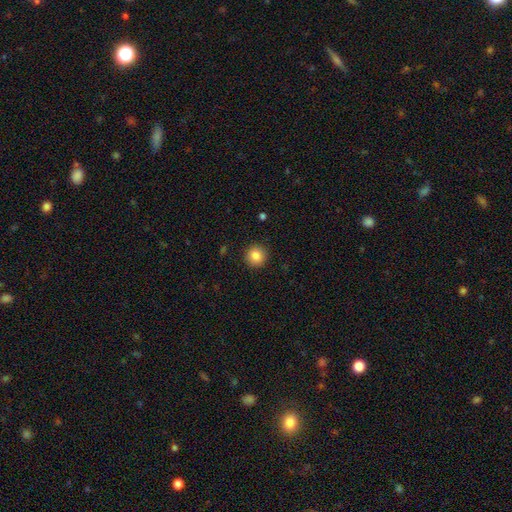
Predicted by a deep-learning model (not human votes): Morphology: type=smooth (85%); roundness=round (95%); merging=none (92%).